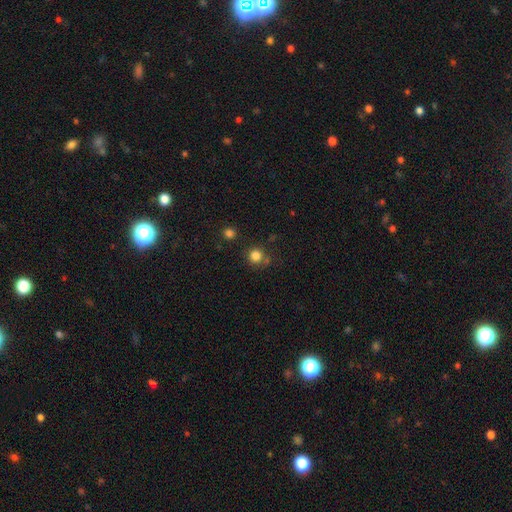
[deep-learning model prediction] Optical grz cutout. It shows a smooth galaxy with no disk features (82%) that is round (92%). Merging: none (75%).